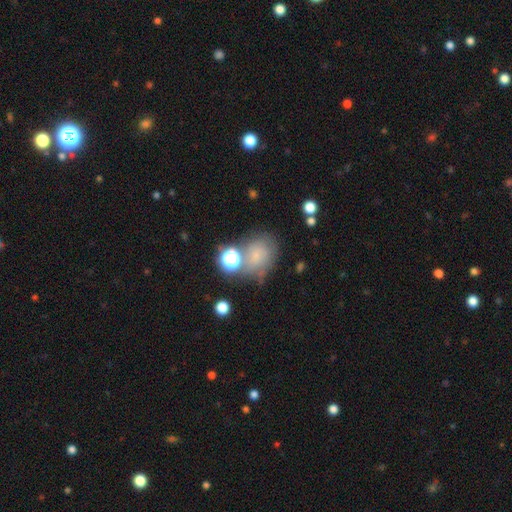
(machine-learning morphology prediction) smooth 56%, featured or disk 22%, star or artifact 22%. Down the decision tree: how rounded — round (59%); merging — none (51%).